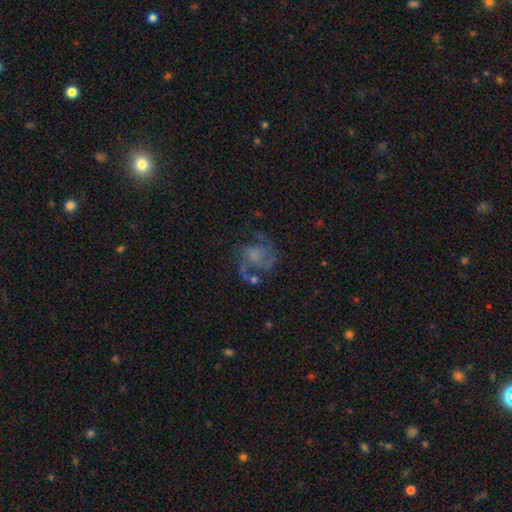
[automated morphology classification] Overall: featured or disk (70%). Edge-on disk: no (98%). Bar: no (71%). Spiral arms: yes (82%). Spiral arm count: 2 (48%; can't tell 16%). Spiral winding: medium (46%; loose 37%). Bulge size: none (42%; moderate 24%). Merging: none (47%; major disturbance 29%).